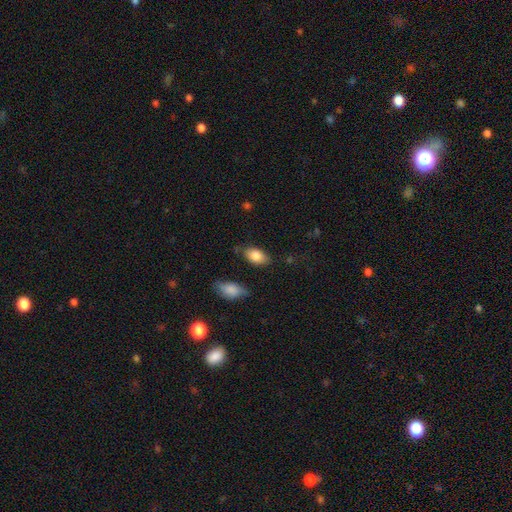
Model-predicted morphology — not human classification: smooth-or-featured: smooth: 84% | featured or disk: 9% | star or artifact: 7%
  how-rounded: in between: 92% | round: 6% | cigar-shaped: 3%
  merging: none: 76% | minor disturbance: 17% | major disturbance: 4% | merger: 3%